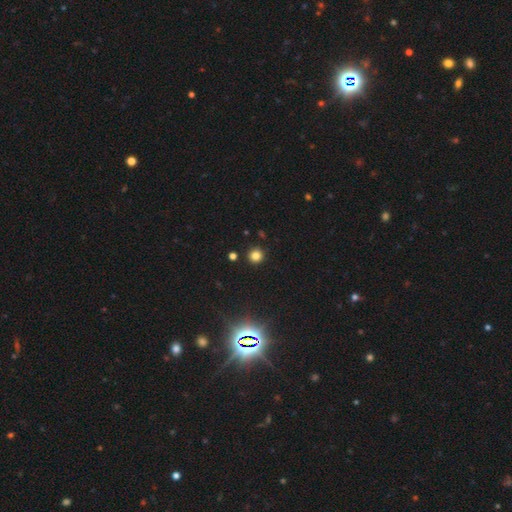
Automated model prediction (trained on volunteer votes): Smooth or featured? Predicted: smooth (p=0.80). How rounded? Predicted: round (p=0.94). Merging? Predicted: none (p=0.90).